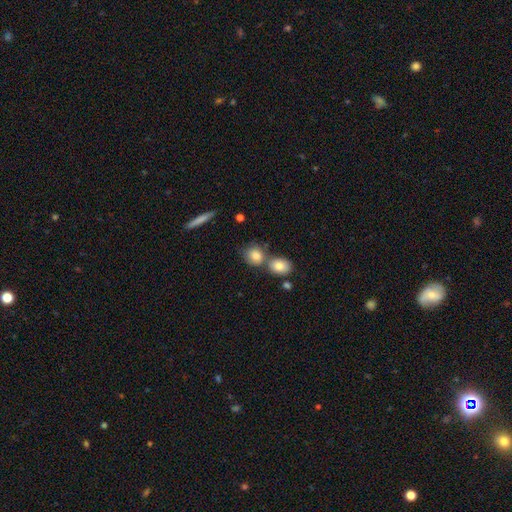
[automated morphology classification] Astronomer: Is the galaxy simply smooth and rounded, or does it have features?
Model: smooth — 83%.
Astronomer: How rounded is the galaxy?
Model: round — 53% (runner-up: in between, 45%).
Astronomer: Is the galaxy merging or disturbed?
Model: none — 45% (runner-up: merger, 39%).